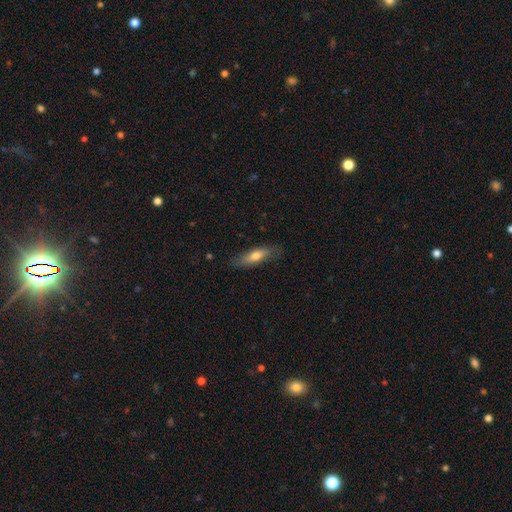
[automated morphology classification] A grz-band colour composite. It shows a smooth galaxy with no disk features (67%) that is in between round and cigar-shaped (49%). Merging: none (78%).